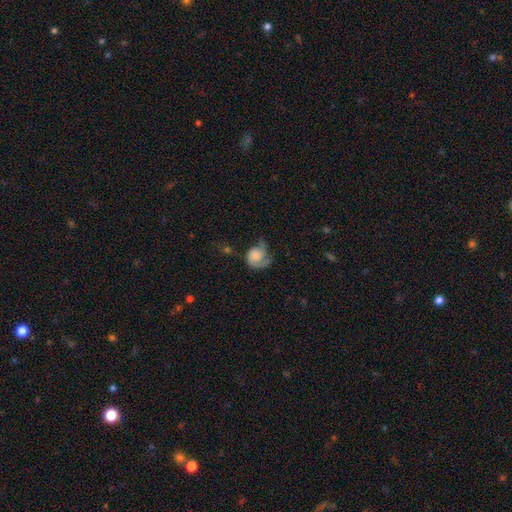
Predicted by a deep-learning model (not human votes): Smooth or featured?
  - featured or disk: 64% *
  - smooth: 29%
  - star or artifact: 7%
Edge-on disk?
  - no: 98% *
  - yes: 2%
Bar?
  - no: 76% *
  - weak: 21%
  - strong: 4%
Spiral arms?
  - yes: 91% *
  - no: 9%
Spiral winding?
  - medium: 39% *
  - tight: 32%
  - loose: 30%
Spiral arm count?
  - 1: 54% *
  - 2: 35%
  - can't tell: 6%
  - 3: 3%
  - 4: 1%
  - more than 4: 1%
Bulge size?
  - none: 32% *
  - large: 22%
  - moderate: 19%
  - small: 19%
  - dominant: 8%
Merging?
  - none: 37% *
  - major disturbance: 34%
  - minor disturbance: 27%
  - merger: 3%